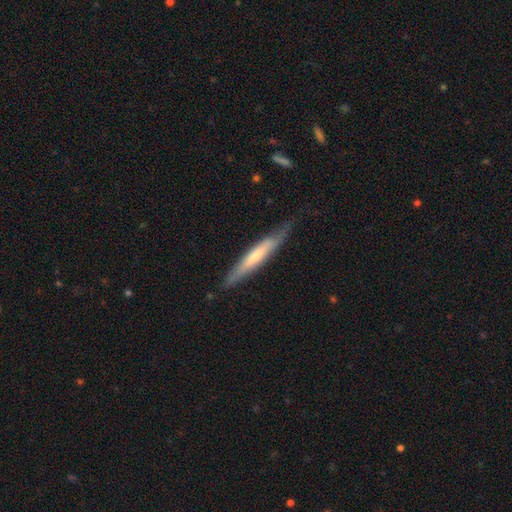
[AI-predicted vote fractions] This is possibly a smooth galaxy (48%). Merging: likely none (75%).